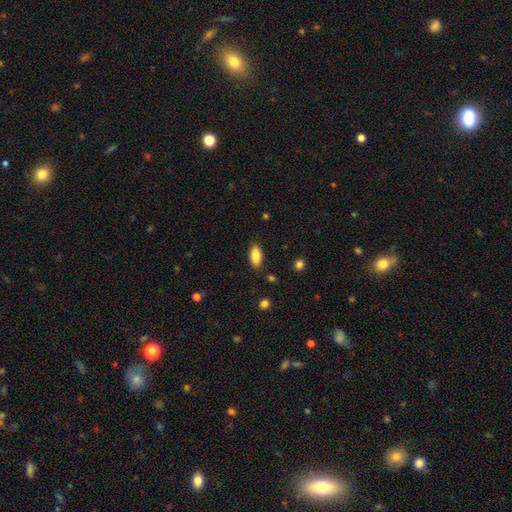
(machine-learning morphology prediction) Q: Smooth or featured?
A: smooth (87%); runner-up: star or artifact (7%)
Q: How rounded?
A: in between (89%); runner-up: cigar-shaped (8%)
Q: Merging?
A: none (85%); runner-up: minor disturbance (10%)